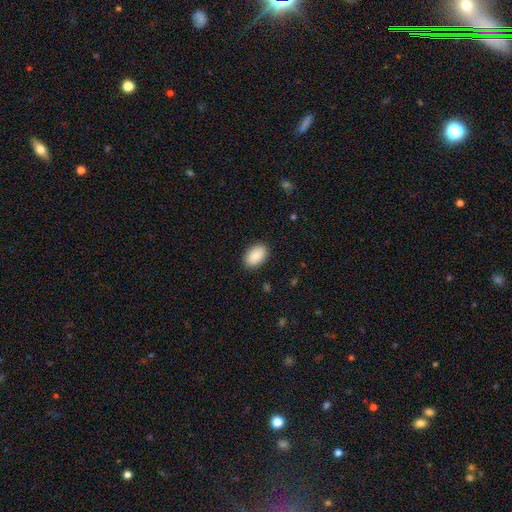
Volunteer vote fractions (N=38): This appears to be a smooth galaxy with no disk features (92%) that is in between round and cigar-shaped (97%). Merging: none (91%).